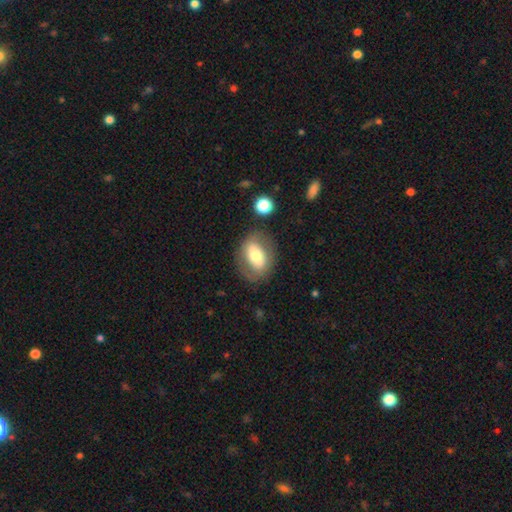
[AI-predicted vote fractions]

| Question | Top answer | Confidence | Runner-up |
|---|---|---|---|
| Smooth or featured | smooth | 55% | featured or disk (37%) |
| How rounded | in between | 75% | round (23%) |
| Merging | none | 76% | minor disturbance (14%) |